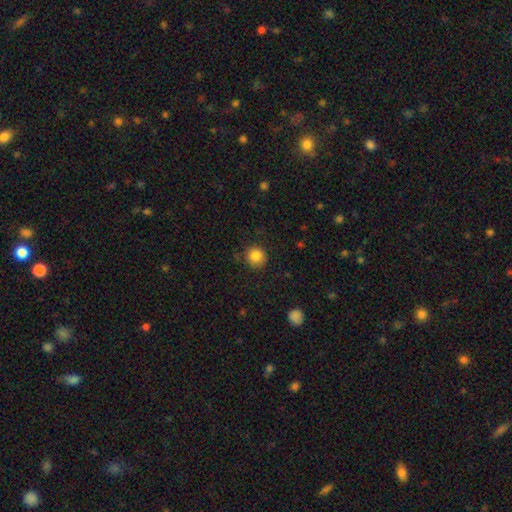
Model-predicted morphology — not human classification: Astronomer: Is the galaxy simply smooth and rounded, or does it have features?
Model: smooth — 85%.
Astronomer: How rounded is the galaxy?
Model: round — 93%.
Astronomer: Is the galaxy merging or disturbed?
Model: none — 86%.